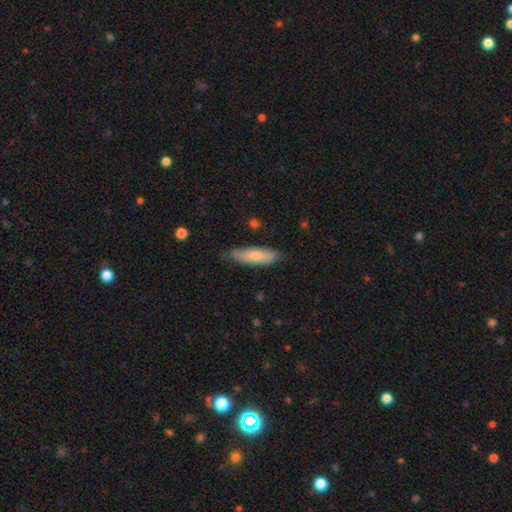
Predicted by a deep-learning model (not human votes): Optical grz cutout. It shows a smooth galaxy with no disk features (73%) that is cigar-shaped (57%). Merging: none (71%).